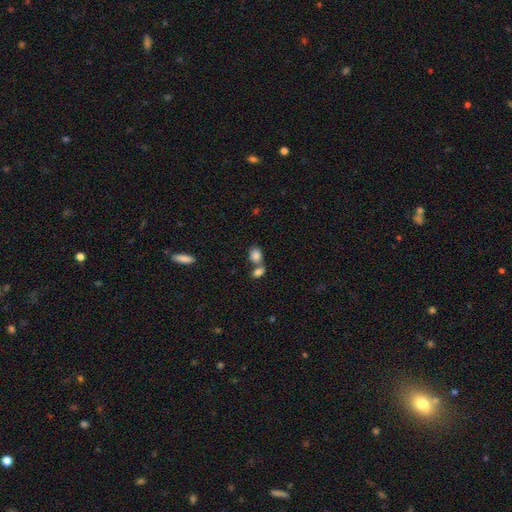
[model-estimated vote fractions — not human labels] A smooth galaxy with no disk features (85%) that is in between round and cigar-shaped (70%).

Vote fractions:
- Smooth or featured? smooth: 85% / star or artifact: 9% / featured or disk: 7%
- How rounded? in between: 70% / round: 29% / cigar-shaped: 2%
- Merging? merger: 47% / none: 41% / minor disturbance: 9% / major disturbance: 4%